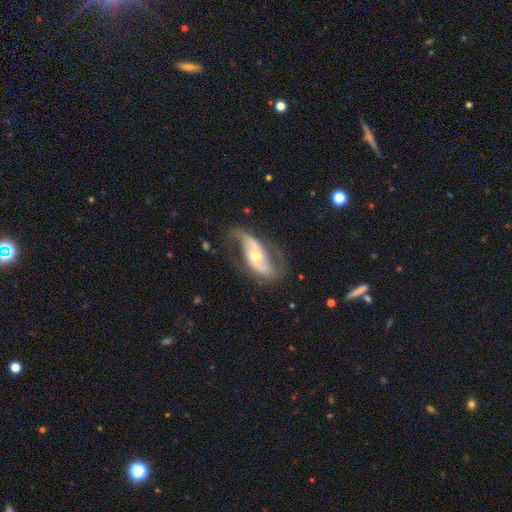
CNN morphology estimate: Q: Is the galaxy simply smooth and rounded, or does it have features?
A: featured or disk — 83%.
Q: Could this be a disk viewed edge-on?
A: no — 93%.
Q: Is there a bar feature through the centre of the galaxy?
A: no — 50%.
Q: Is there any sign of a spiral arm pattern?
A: yes — 91%.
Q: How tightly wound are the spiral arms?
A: loose — 50%.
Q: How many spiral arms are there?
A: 2 — 88%.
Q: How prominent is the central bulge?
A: moderate — 62%.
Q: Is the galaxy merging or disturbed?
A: none — 62%.